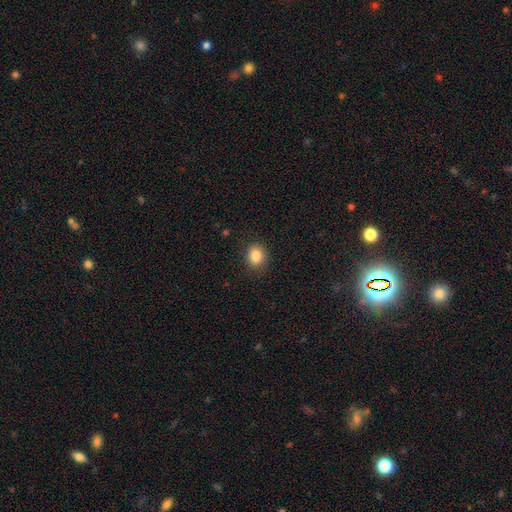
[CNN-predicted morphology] type=smooth (86%); roundness=round (60%); merging=none (86%).